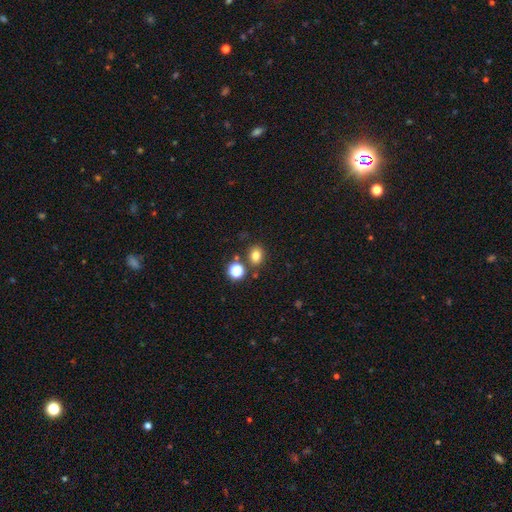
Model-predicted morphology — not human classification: type=smooth (79%); roundness=round (55%); merging=none (78%).